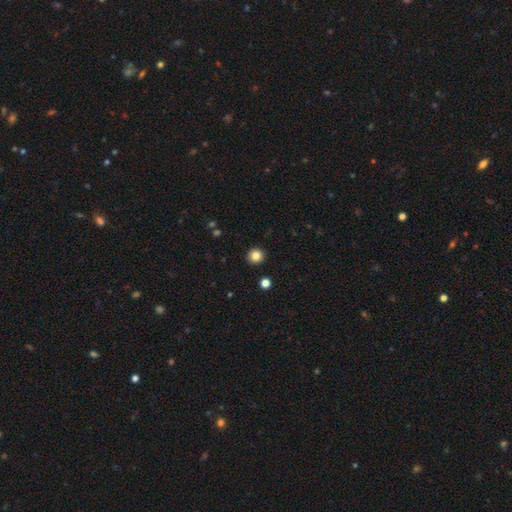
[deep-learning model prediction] Smooth or featured? Predicted: smooth (p=0.84). How rounded? Predicted: round (p=0.94). Merging? Predicted: none (p=0.93).